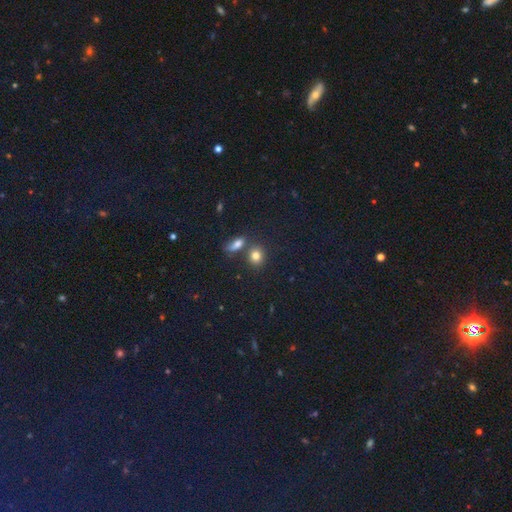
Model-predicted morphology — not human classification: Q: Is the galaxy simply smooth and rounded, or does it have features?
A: smooth — 79%.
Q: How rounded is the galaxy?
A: round — 69%.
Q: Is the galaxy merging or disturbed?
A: none — 70%.